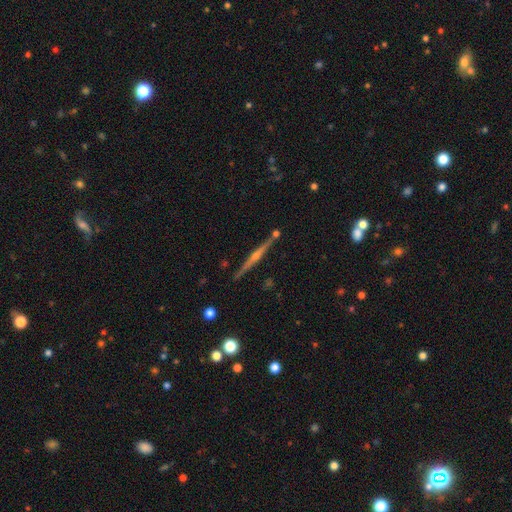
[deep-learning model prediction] Smooth or featured? featured or disk (82%)
Edge-on disk? yes (98%)
Edge-on bulge? rounded (80%)
Merging? none (90%)